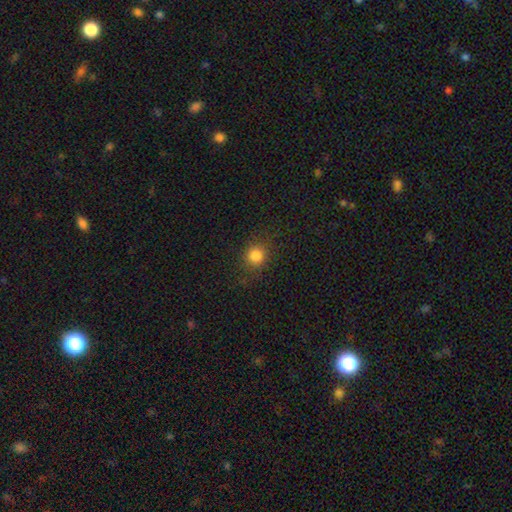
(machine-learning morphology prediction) Q: Smooth or featured?
A: smooth (83%); runner-up: star or artifact (13%)
Q: How rounded?
A: round (86%); runner-up: in between (13%)
Q: Merging?
A: none (86%); runner-up: minor disturbance (10%)